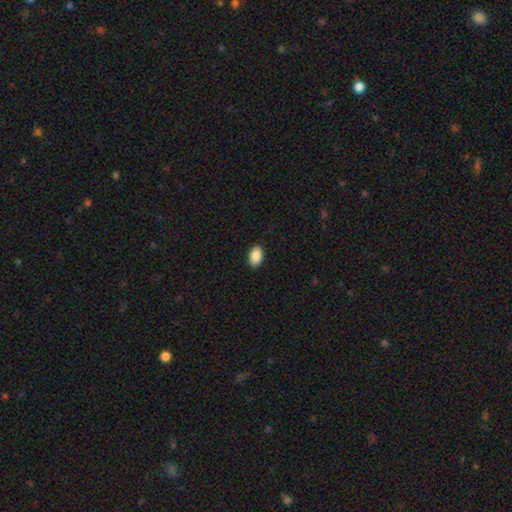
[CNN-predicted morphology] smooth 89%, star or artifact 7%, featured or disk 3%. Down the decision tree: how rounded — in between (91%); merging — none (88%).